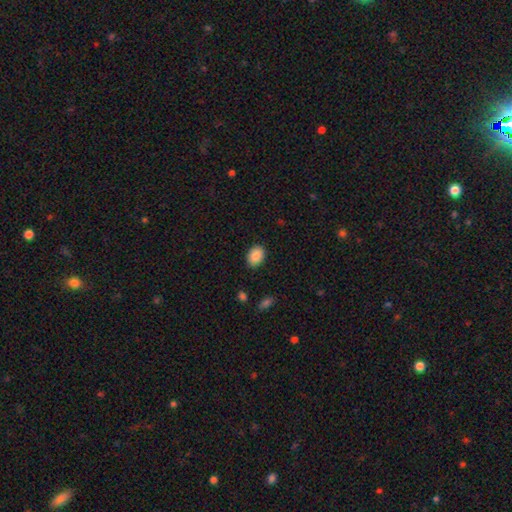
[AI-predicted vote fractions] The model was most divided on "how rounded": in between: 81%, round: 19%, cigar-shaped: 1%. More confident: smooth or featured — smooth (88%); merging — none (87%).